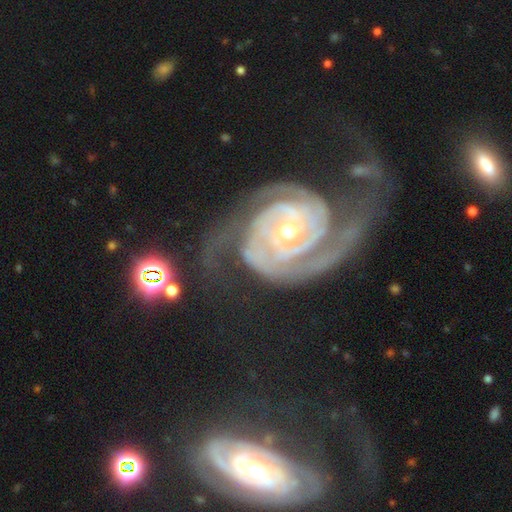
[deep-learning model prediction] featured or disk 84%, smooth 9%, star or artifact 7%. Down the decision tree: edge-on disk — no (97%); bar — no (45%); spiral arms — yes (91%); spiral arm count — 2 (54%); spiral winding — tight (51%); bulge size — moderate (51%); merging — none (47%).